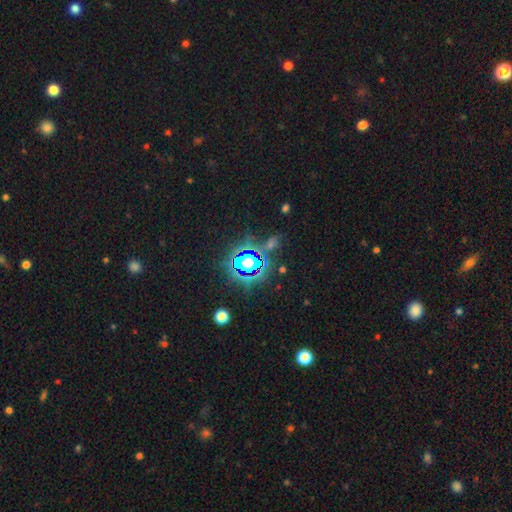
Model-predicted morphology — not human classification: smooth-or-featured: star or artifact: 83% | smooth: 10% | featured or disk: 6%